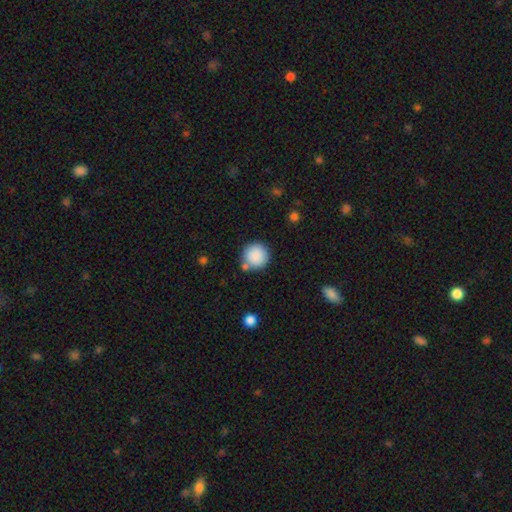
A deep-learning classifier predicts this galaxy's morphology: Smooth or featured? smooth (88%)
How rounded? round (95%)
Merging? none (78%)